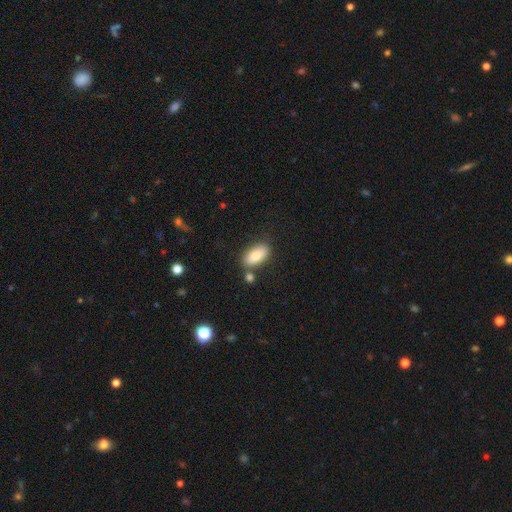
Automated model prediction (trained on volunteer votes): Smooth or featured?
  - smooth: 81% *
  - featured or disk: 12%
  - star or artifact: 7%
How rounded?
  - in between: 89% *
  - cigar-shaped: 8%
  - round: 3%
Merging?
  - none: 72% *
  - minor disturbance: 12%
  - merger: 12%
  - major disturbance: 3%